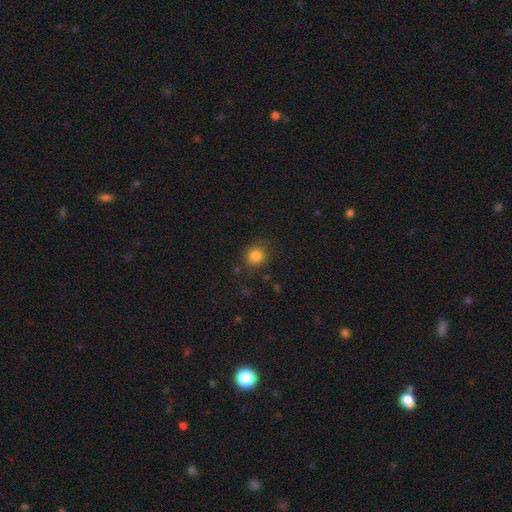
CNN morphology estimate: smooth_or_featured: smooth (p=0.83) [alt: star or artifact p=0.12]
how_rounded: round (p=0.90) [alt: in between p=0.09]
merging: none (p=0.85) [alt: minor disturbance p=0.10]